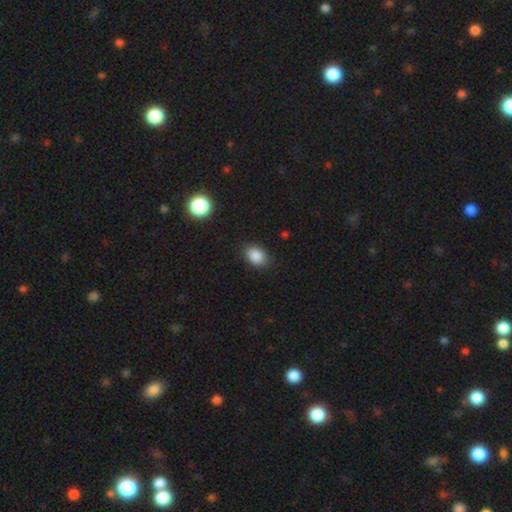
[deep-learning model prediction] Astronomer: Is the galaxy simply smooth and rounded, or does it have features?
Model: smooth — 87%.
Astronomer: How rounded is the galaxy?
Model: in between — 73%.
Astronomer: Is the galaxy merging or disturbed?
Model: none — 85%.